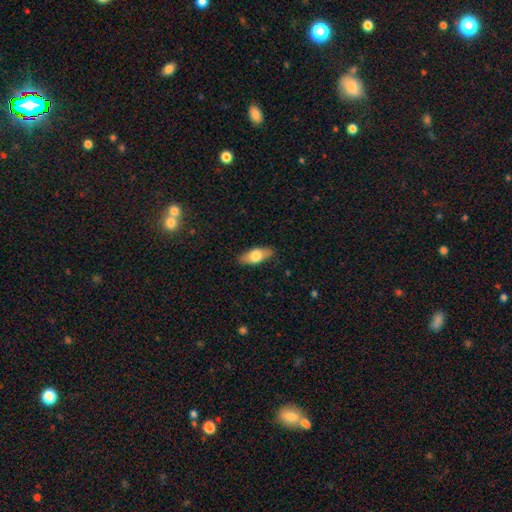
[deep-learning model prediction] Smooth or featured: smooth — 67% (featured or disk — 27%)
How rounded: in between — 81% (cigar-shaped — 16%)
Merging: none — 84% (minor disturbance — 12%)